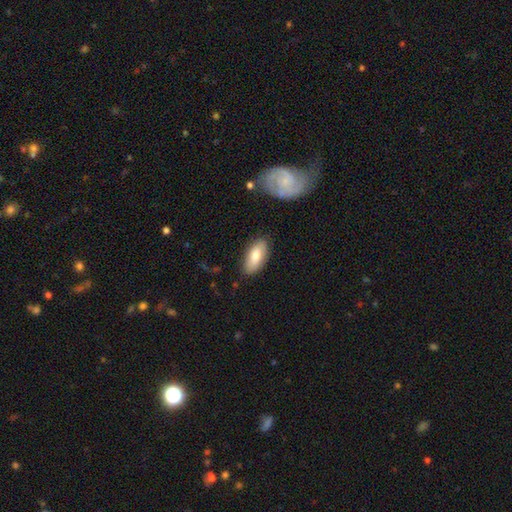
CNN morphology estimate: Smooth or featured: smooth — 77% (featured or disk — 17%)
How rounded: in between — 88% (cigar-shaped — 10%)
Merging: none — 84% (minor disturbance — 12%)